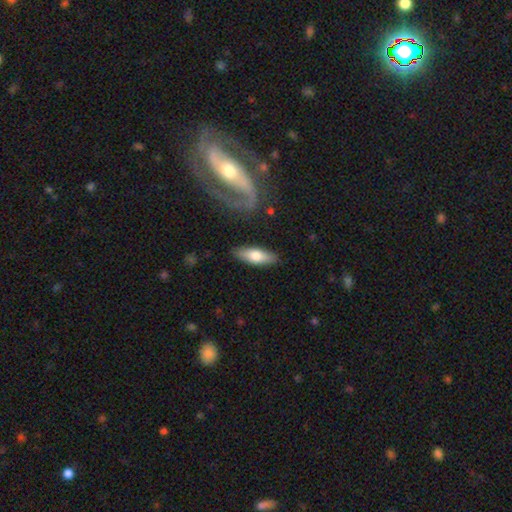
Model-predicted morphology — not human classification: Smooth or featured? Predicted: smooth (p=0.67). How rounded? Predicted: in between (p=0.58). Merging? Predicted: none (p=0.85).